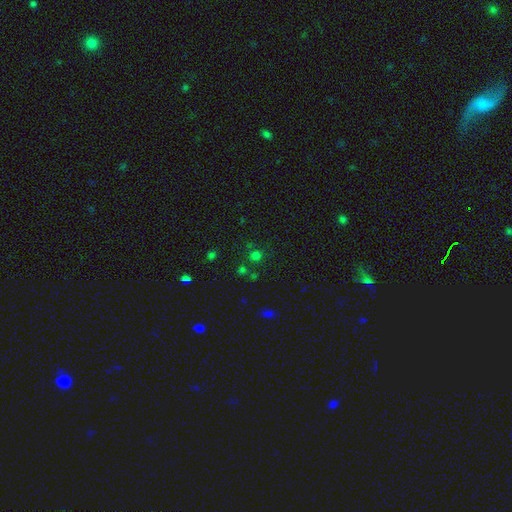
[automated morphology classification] This is likely a smooth galaxy (61%). How rounded: clearly round (91%). Merging: likely none (75%).